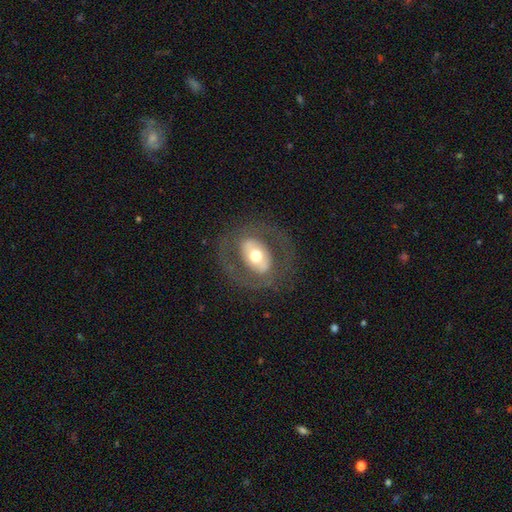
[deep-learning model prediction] smooth-or-featured: featured or disk: 62% | smooth: 32% | star or artifact: 6%
  disk-edge-on: no: 93% | yes: 7%
    bar: no: 53% | strong: 24% | weak: 23%
    has-spiral-arms: no: 72% | yes: 28%
    bulge-size: moderate: 65% | large: 21% | small: 11% | dominant: 2% | none: 1%
  merging: none: 74% | major disturbance: 13% | minor disturbance: 12% | merger: 1%